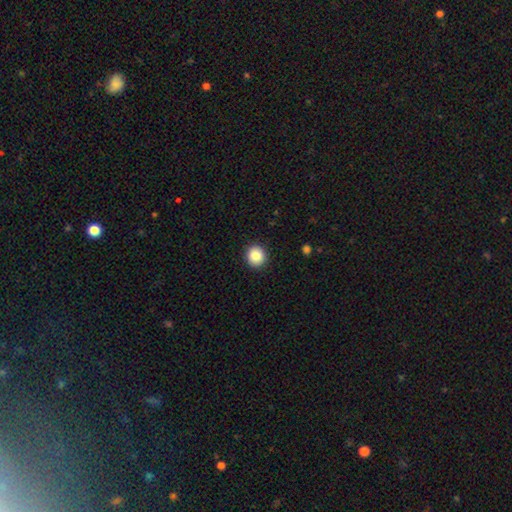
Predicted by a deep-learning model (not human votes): Overall: smooth (87%). How rounded: round (90%). Merging: none (91%).